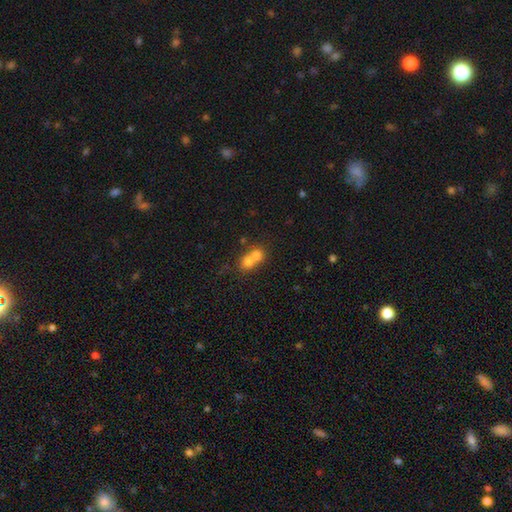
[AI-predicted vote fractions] smooth-or-featured: smooth: 72% | featured or disk: 16% | star or artifact: 12%
  how-rounded: round: 73% | in between: 25% | cigar-shaped: 1%
  merging: merger: 70% | none: 23% | minor disturbance: 4% | major disturbance: 2%